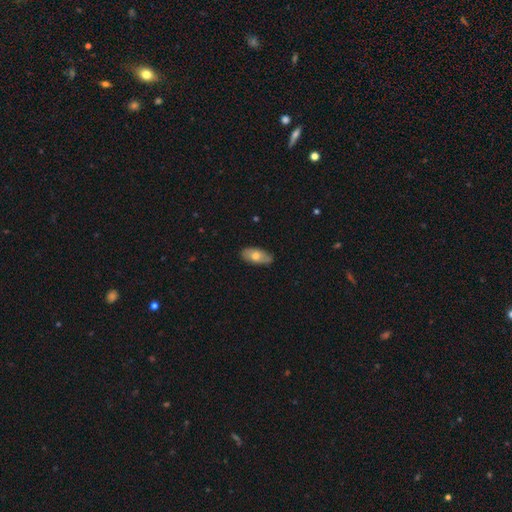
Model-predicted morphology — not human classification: This is likely a smooth galaxy (66%). How rounded: clearly in between (89%). Merging: clearly none (81%).